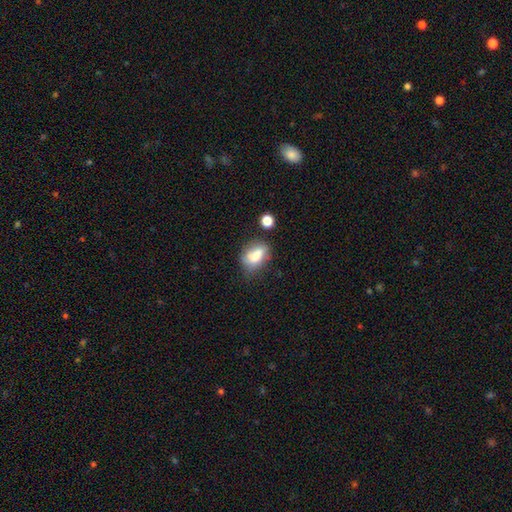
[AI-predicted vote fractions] smooth 71%, featured or disk 19%, star or artifact 10%. Down the decision tree: how rounded — in between (78%); merging — none (51%).